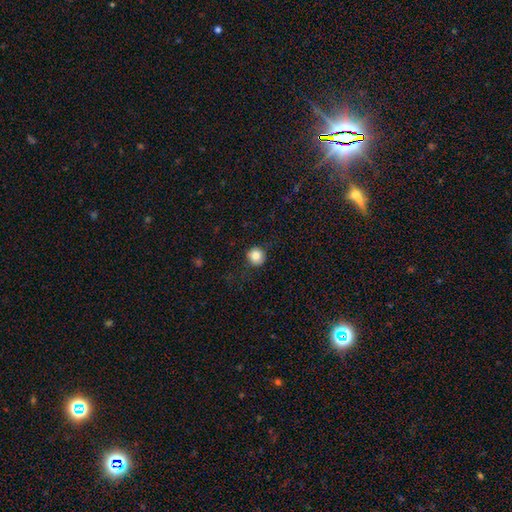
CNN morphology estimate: Overall: smooth (84%). How rounded: round (92%). Merging: none (83%).